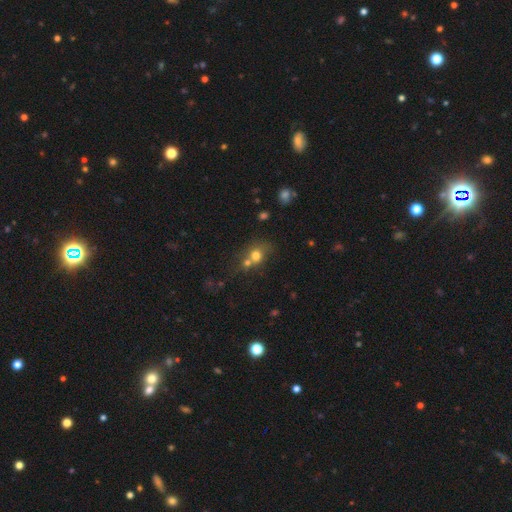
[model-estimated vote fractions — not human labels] Overall: smooth (72%). How rounded: round (70%). Merging: merger (48%; none 36%).